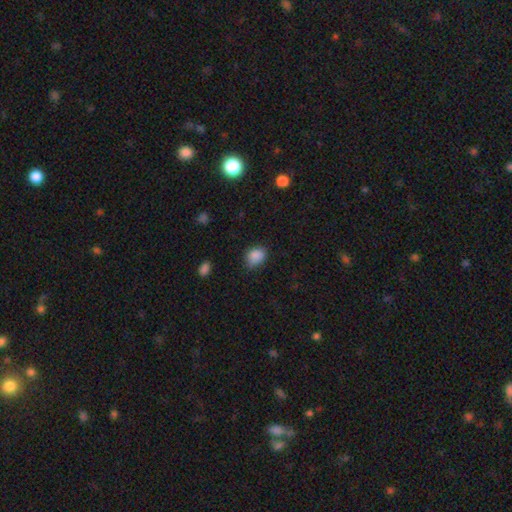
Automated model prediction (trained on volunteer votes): This is clearly a smooth galaxy (87%). How rounded: likely in between (63%). Merging: likely none (72%).